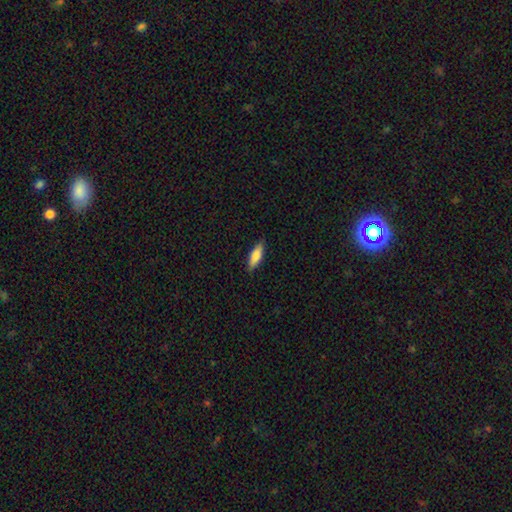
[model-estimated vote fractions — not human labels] Morphology: type=smooth (75%); roundness=cigar-shaped (52%); merging=none (87%).